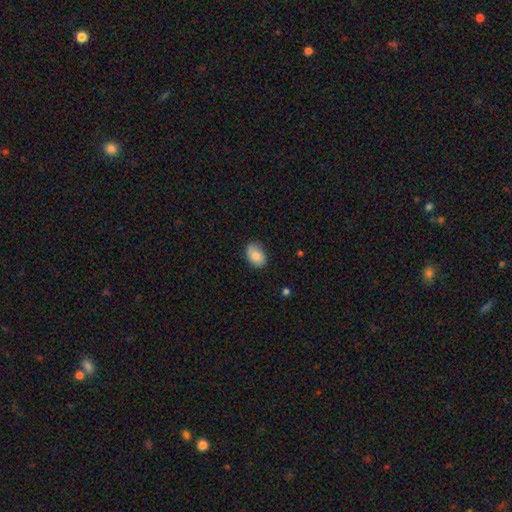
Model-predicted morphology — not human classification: Smooth or featured?
  - smooth: 81% *
  - featured or disk: 11%
  - star or artifact: 7%
How rounded?
  - in between: 81% *
  - round: 18%
  - cigar-shaped: 1%
Merging?
  - none: 81% *
  - minor disturbance: 15%
  - major disturbance: 3%
  - merger: 1%